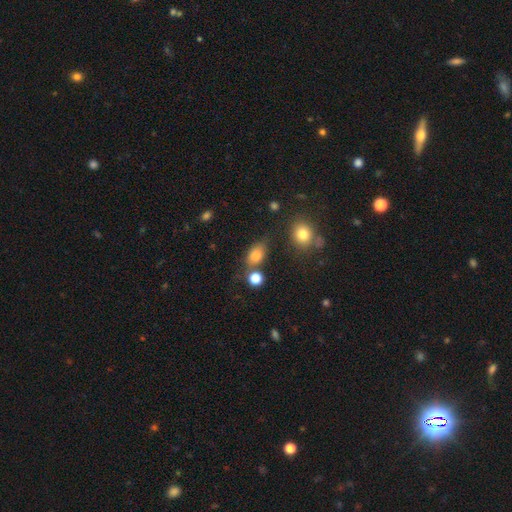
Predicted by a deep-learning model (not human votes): Overall: smooth (79%). How rounded: in between (74%). Merging: none (62%).